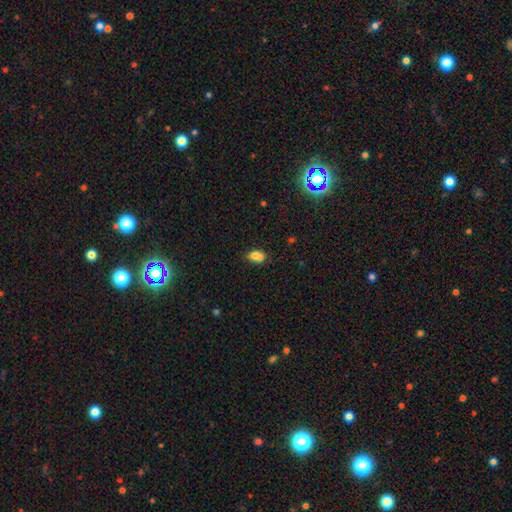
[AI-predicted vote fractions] The model was most divided on "merging": none: 39%, merger: 38%, minor disturbance: 17%, major disturbance: 6%. More confident: how rounded — in between (73%); smooth or featured — smooth (73%).